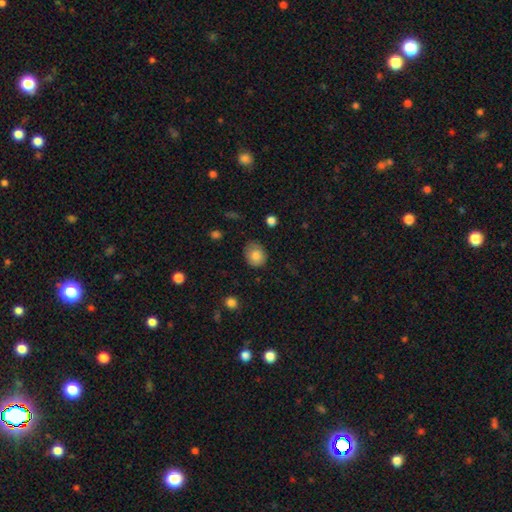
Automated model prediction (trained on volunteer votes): Smooth or featured? Predicted: smooth (p=0.82). How rounded? Predicted: round (p=0.58). Merging? Predicted: none (p=0.75).